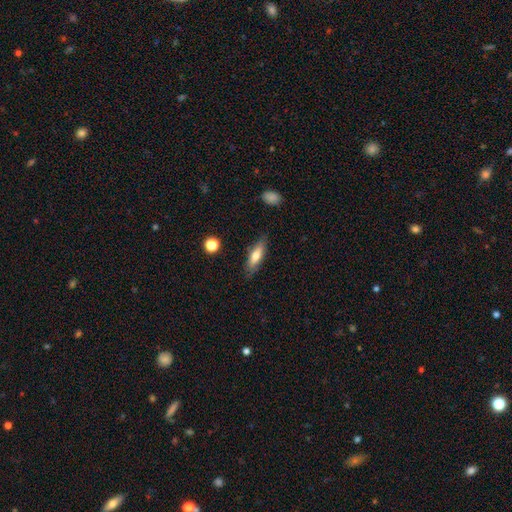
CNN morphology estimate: Smooth or featured: smooth — 65% (featured or disk — 28%)
How rounded: cigar-shaped — 54% (in between — 44%)
Merging: none — 83% (minor disturbance — 13%)